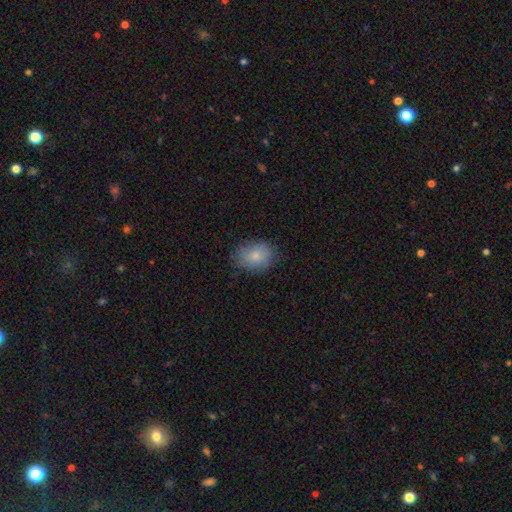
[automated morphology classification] type=smooth (81%); roundness=in between (67%); merging=none (79%).